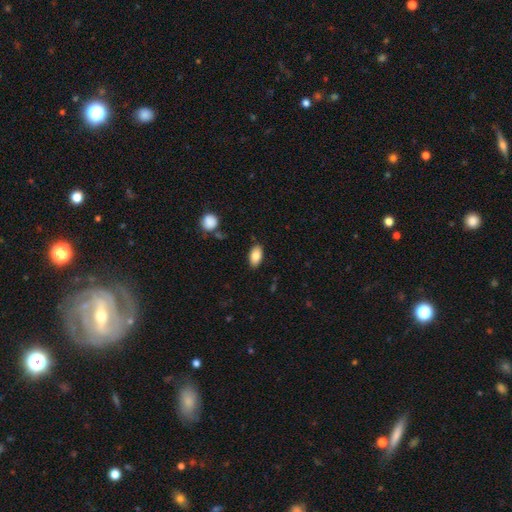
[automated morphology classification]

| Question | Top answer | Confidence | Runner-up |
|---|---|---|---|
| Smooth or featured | smooth | 85% | star or artifact (8%) |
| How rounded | in between | 92% | round (5%) |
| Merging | none | 85% | minor disturbance (11%) |